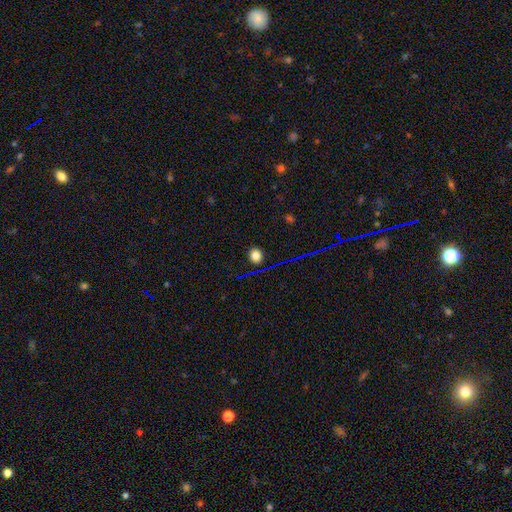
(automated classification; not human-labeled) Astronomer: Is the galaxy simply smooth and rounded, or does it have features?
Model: smooth — 77%.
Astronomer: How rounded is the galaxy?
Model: round — 67%.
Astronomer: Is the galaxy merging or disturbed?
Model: none — 87%.